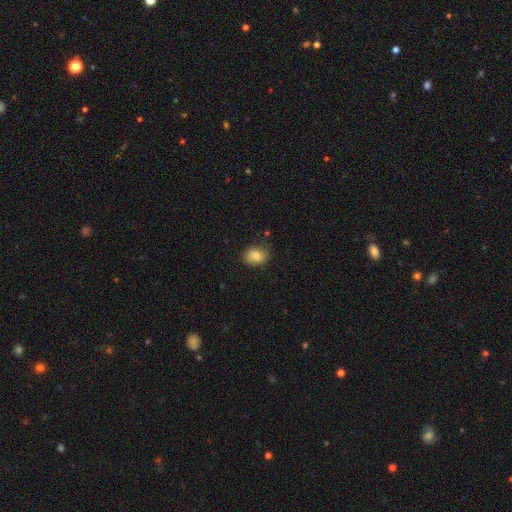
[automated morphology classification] A smooth galaxy with no disk features (82%) that is round (52%).

Vote fractions:
- Smooth or featured? smooth: 82% / featured or disk: 9% / star or artifact: 9%
- How rounded? round: 52% / in between: 47% / cigar-shaped: 1%
- Merging? none: 76% / minor disturbance: 18% / major disturbance: 4% / merger: 1%